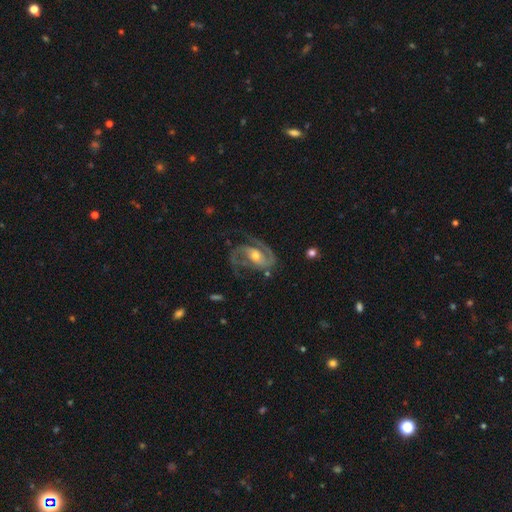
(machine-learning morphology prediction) Smooth or featured? featured or disk (91%)
Edge-on disk? no (97%)
Bar? weak (40%)
Spiral arms? yes (97%)
Spiral winding? medium (55%)
Spiral arm count? 2 (86%)
Bulge size? moderate (63%)
Merging? none (64%)